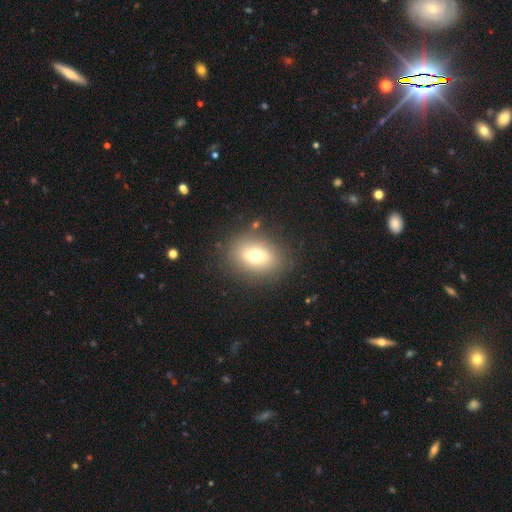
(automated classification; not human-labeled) The model was most divided on "how rounded": in between: 64%, round: 34%, cigar-shaped: 2%. More confident: merging — none (84%); smooth or featured — smooth (68%).